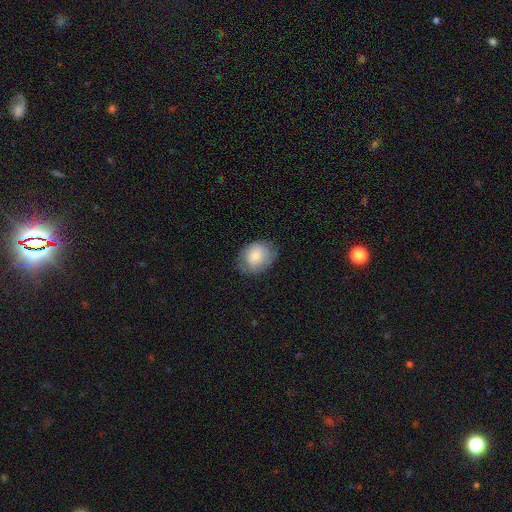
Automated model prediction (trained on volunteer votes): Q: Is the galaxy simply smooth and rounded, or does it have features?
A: smooth — 78%.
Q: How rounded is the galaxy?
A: in between — 57%.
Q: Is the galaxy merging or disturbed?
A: none — 70%.